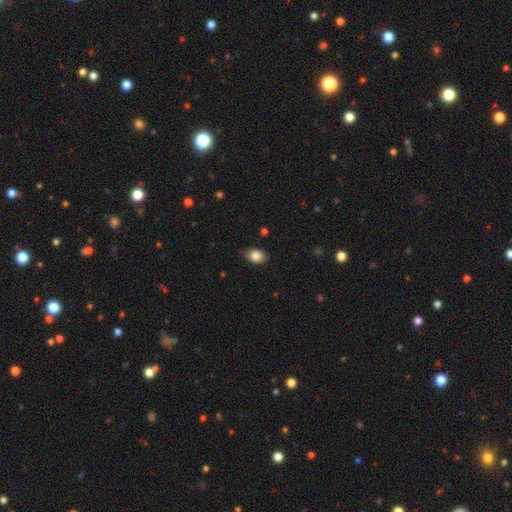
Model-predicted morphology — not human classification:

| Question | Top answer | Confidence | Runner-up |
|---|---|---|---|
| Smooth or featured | smooth | 84% | featured or disk (9%) |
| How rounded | in between | 85% | round (13%) |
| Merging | none | 80% | minor disturbance (16%) |